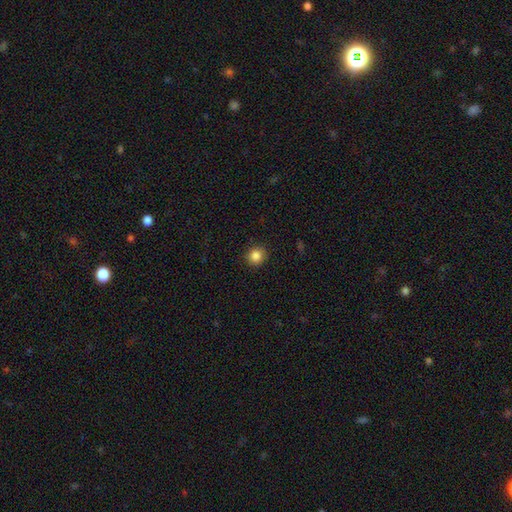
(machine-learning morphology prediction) Overall: smooth (85%). How rounded: round (90%). Merging: none (91%).